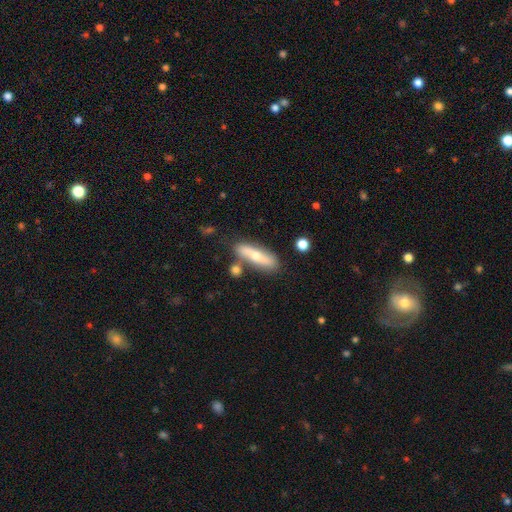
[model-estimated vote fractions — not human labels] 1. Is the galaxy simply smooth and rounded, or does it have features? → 52% smooth, 42% featured or disk, 6% star or artifact.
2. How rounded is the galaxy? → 69% cigar-shaped, 29% in between, 3% round.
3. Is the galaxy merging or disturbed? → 74% none, 14% minor disturbance, 9% merger, 4% major disturbance.